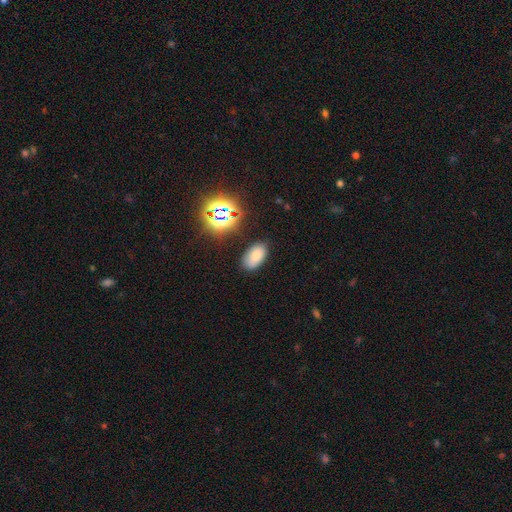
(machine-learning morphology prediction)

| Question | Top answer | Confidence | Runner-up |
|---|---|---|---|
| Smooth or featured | smooth | 71% | star or artifact (17%) |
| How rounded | in between | 93% | round (5%) |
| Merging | none | 80% | minor disturbance (14%) |